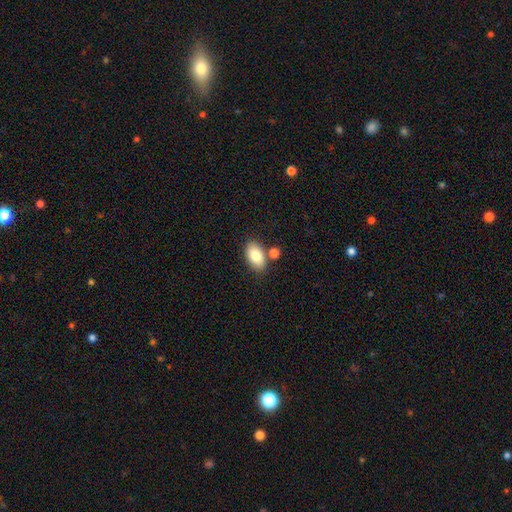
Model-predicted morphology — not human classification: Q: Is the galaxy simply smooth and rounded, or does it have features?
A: smooth — 82%.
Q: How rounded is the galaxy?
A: in between — 92%.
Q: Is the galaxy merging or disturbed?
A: none — 73%.